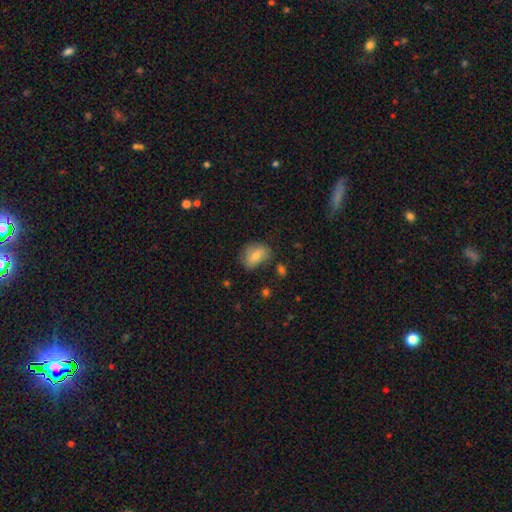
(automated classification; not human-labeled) Morphology: type=smooth (66%); roundness=in between (70%); merging=none (65%).